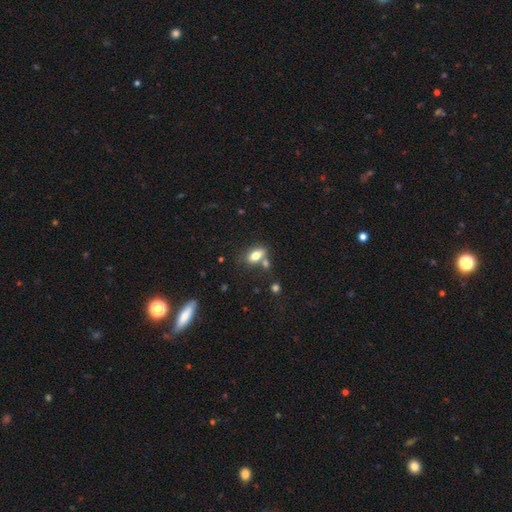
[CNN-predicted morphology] Smooth or featured? Predicted: smooth (p=0.76). How rounded? Predicted: in between (p=0.85). Merging? Predicted: none (p=0.57).